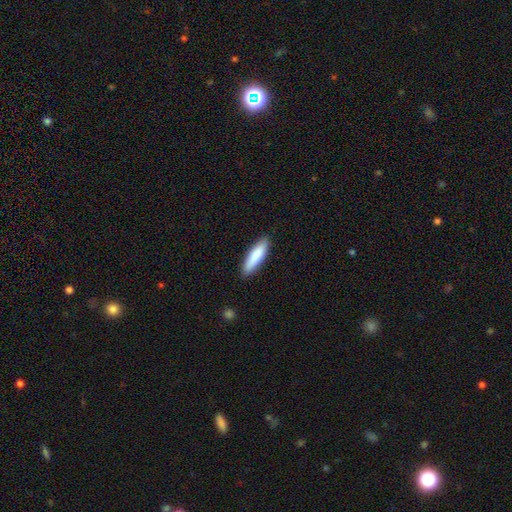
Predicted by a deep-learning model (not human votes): smooth-or-featured: smooth: 84% | featured or disk: 11% | star or artifact: 5%
  how-rounded: cigar-shaped: 71% | in between: 28% | round: 1%
  merging: none: 89% | minor disturbance: 8% | major disturbance: 2% | merger: 1%